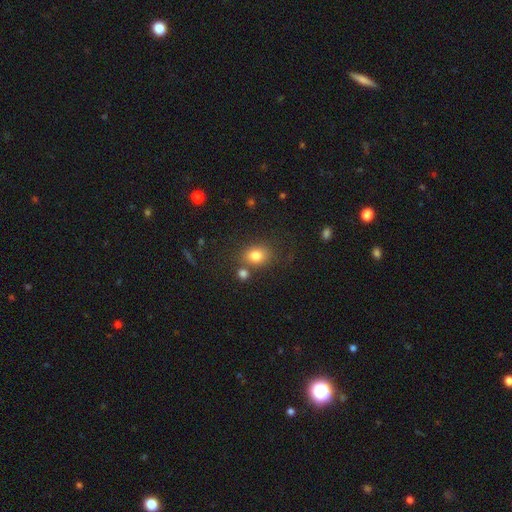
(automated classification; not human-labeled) smooth 80%, star or artifact 12%, featured or disk 9%. Down the decision tree: how rounded — round (50%); merging — none (66%).